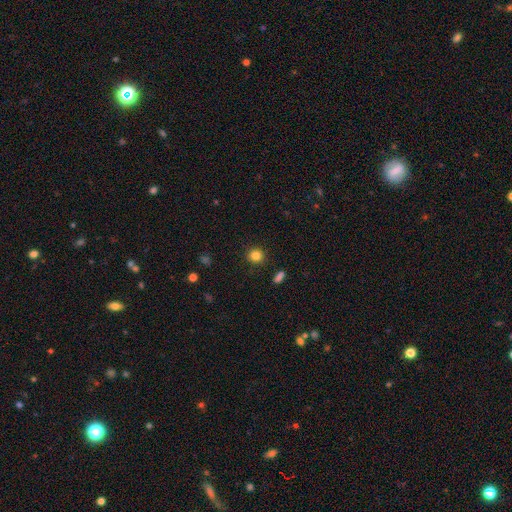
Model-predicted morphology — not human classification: smooth_or_featured: smooth (p=0.84) [alt: star or artifact p=0.11]
how_rounded: round (p=0.91) [alt: in between p=0.08]
merging: none (p=0.91) [alt: minor disturbance p=0.06]